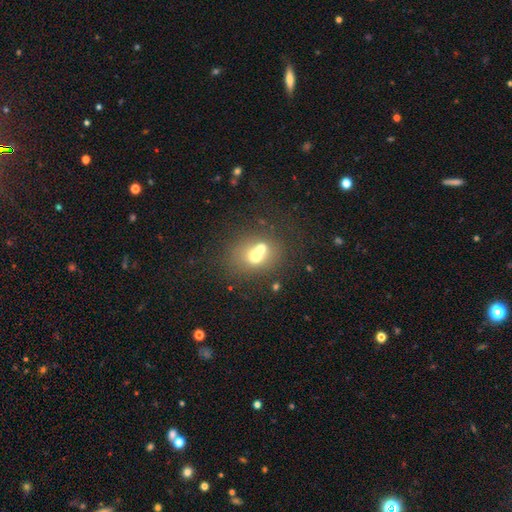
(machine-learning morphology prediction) smooth_or_featured: smooth (p=0.60) [alt: featured or disk p=0.27]
how_rounded: round (p=0.65) [alt: in between p=0.34]
merging: merger (p=0.59) [alt: none p=0.30]